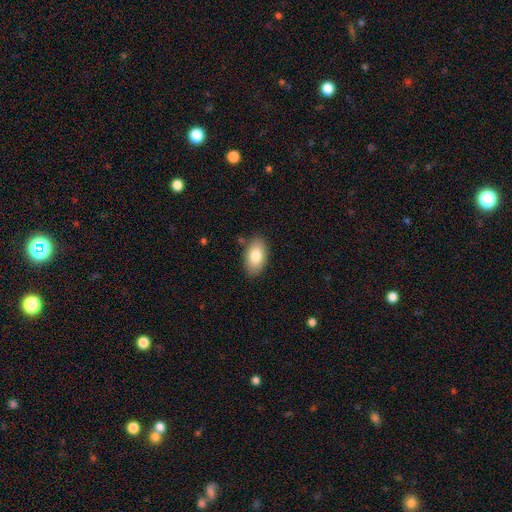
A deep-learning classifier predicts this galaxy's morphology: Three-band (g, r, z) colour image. It shows a smooth galaxy with no disk features (81%) that is in between round and cigar-shaped (93%). Merging: none (84%).